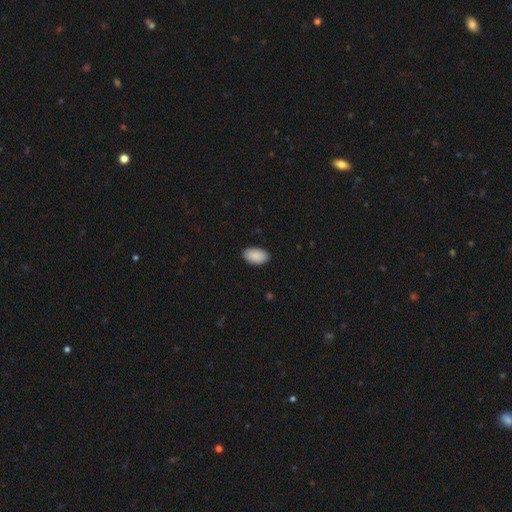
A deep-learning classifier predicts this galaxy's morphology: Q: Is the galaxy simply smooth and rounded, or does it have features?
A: smooth — 91%.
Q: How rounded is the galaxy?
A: in between — 95%.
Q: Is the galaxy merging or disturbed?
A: none — 88%.